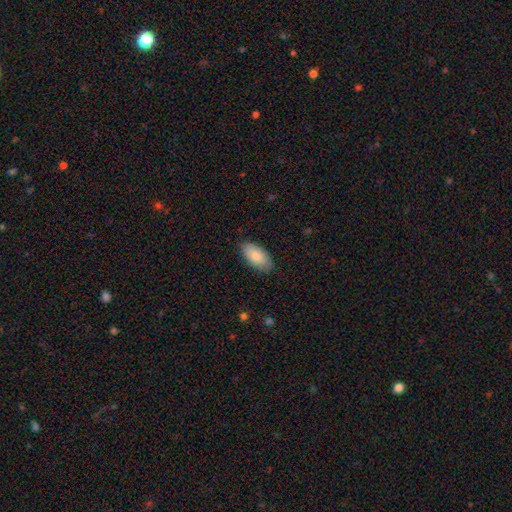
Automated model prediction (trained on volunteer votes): Q: Smooth or featured?
A: smooth (87%); runner-up: featured or disk (7%)
Q: How rounded?
A: in between (94%); runner-up: cigar-shaped (4%)
Q: Merging?
A: none (84%); runner-up: minor disturbance (12%)